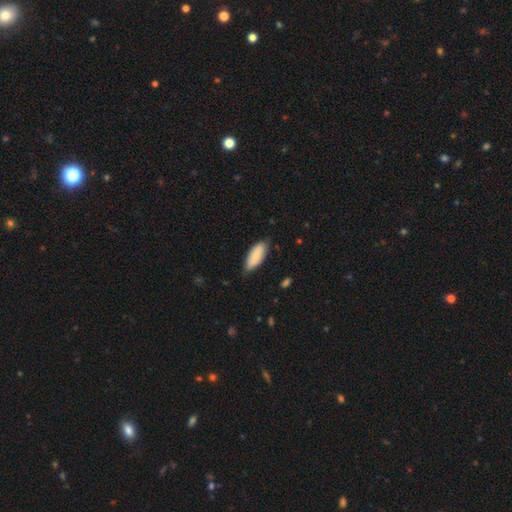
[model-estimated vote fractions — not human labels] smooth_or_featured: smooth (p=0.75) [alt: featured or disk p=0.19]
how_rounded: in between (p=0.86) [alt: cigar-shaped p=0.12]
merging: none (p=0.69) [alt: minor disturbance p=0.26]